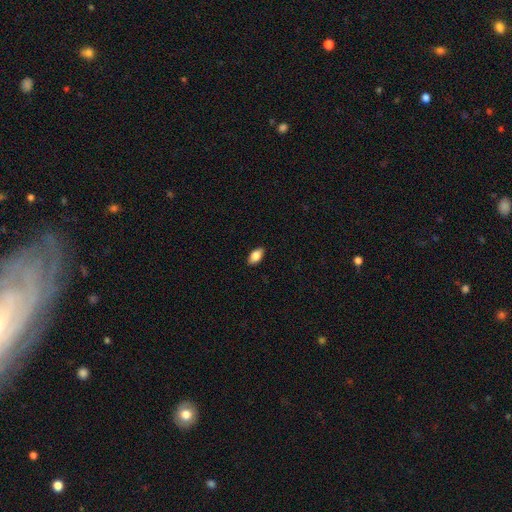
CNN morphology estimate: A smooth galaxy with no disk features (83%) that is in between round and cigar-shaped (92%).

Vote fractions:
- Smooth or featured? smooth: 83% / featured or disk: 10% / star or artifact: 7%
- How rounded? in between: 92% / round: 5% / cigar-shaped: 4%
- Merging? none: 88% / minor disturbance: 9% / major disturbance: 2% / merger: 1%